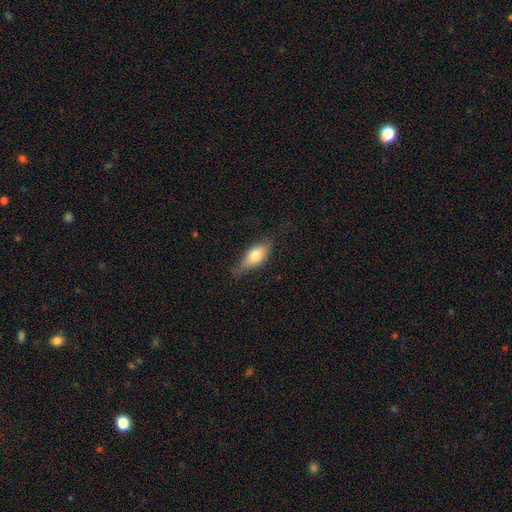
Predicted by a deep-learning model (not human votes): Overall: smooth (71%). How rounded: in between (82%). Merging: none (62%; minor disturbance 29%).